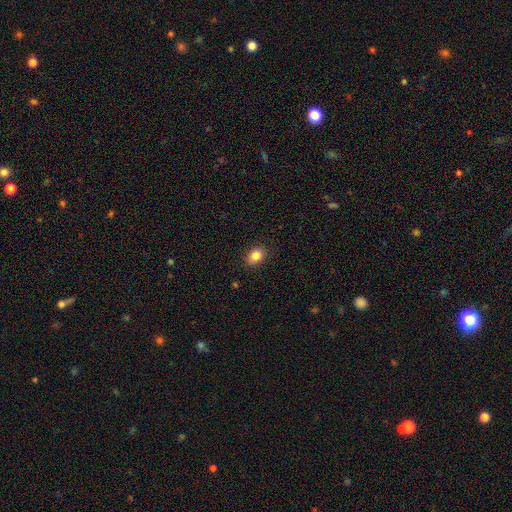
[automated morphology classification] Smooth or featured? Predicted: smooth (p=0.85). How rounded? Predicted: in between (p=0.69). Merging? Predicted: none (p=0.88).